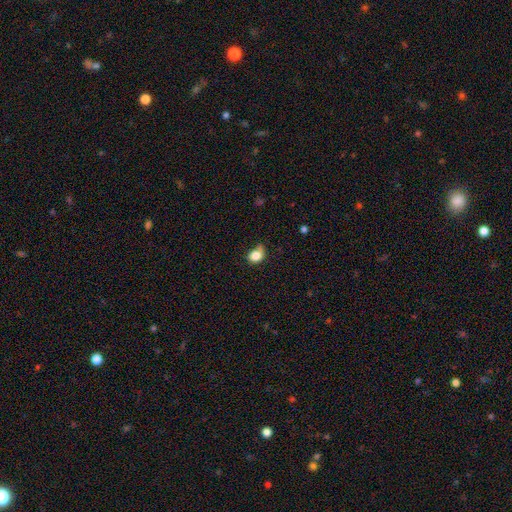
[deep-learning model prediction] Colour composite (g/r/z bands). It shows a smooth galaxy with no disk features (81%) that is round (52%). Merging: none (44%).